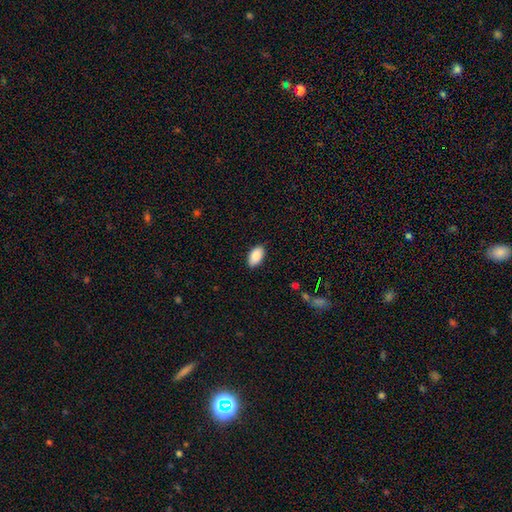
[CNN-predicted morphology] Overall: smooth (89%). How rounded: in between (95%). Merging: none (87%).